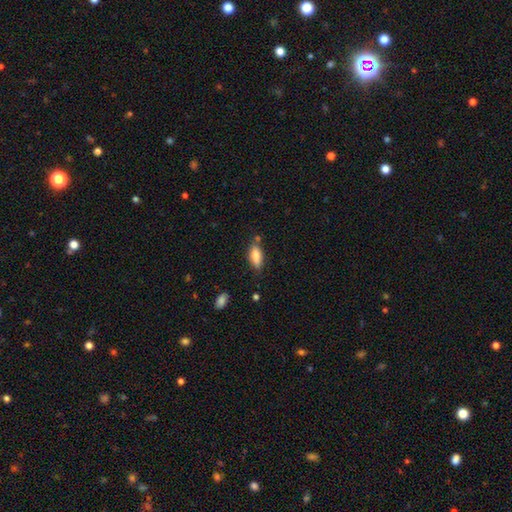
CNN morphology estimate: smooth_or_featured: smooth (p=0.81) [alt: featured or disk p=0.12]
how_rounded: in between (p=0.74) [alt: cigar-shaped p=0.23]
merging: none (p=0.69) [alt: minor disturbance p=0.20]